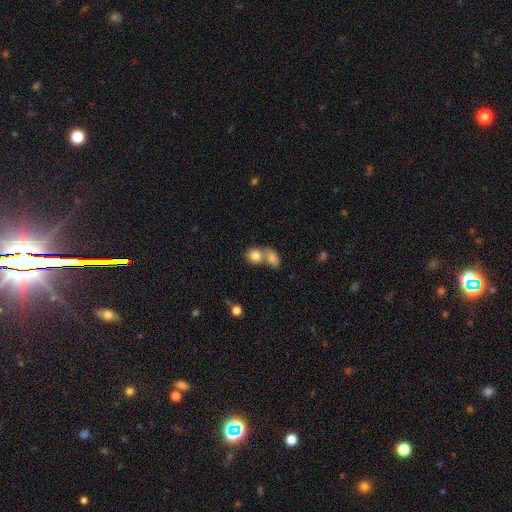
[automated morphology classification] smooth 83%, star or artifact 9%, featured or disk 8%. Down the decision tree: how rounded — round (65%); merging — merger (57%).